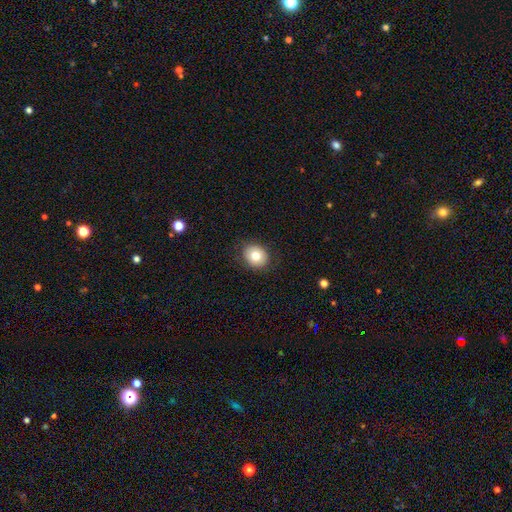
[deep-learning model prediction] This is likely a smooth galaxy (77%). How rounded: likely round (67%). Merging: clearly none (86%).